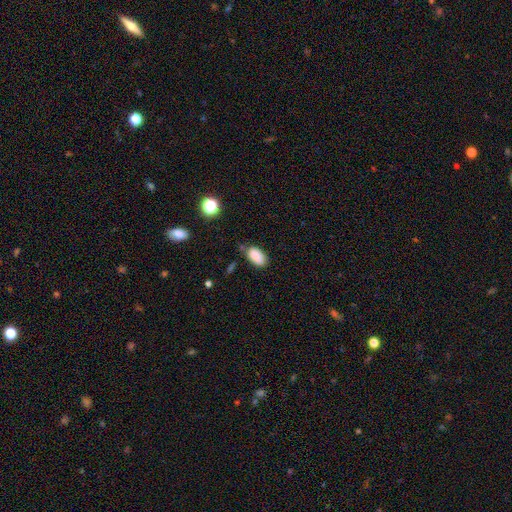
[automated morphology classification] This appears to be a smooth galaxy with no disk features (86%) that is in between round and cigar-shaped (93%). Merging: none (67%).